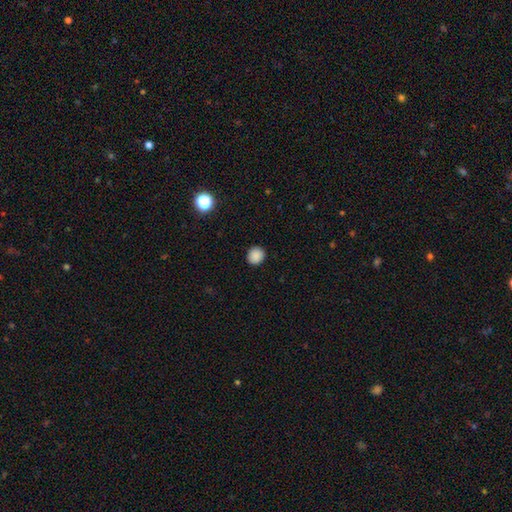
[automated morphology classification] smooth 87%, star or artifact 10%, featured or disk 3%. Down the decision tree: how rounded — round (88%); merging — none (91%).